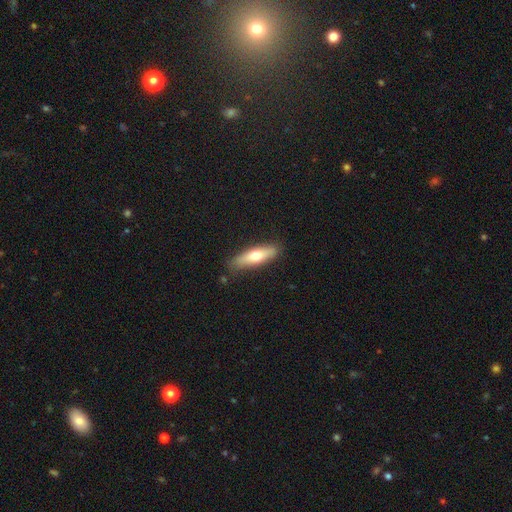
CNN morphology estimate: Smooth or featured? smooth (60%)
How rounded? cigar-shaped (62%)
Merging? none (85%)